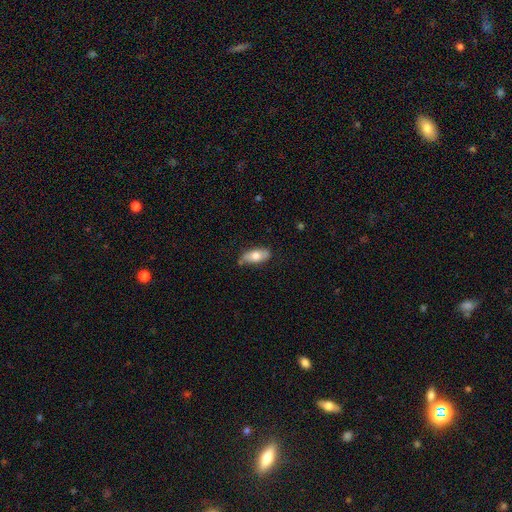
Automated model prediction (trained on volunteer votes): smooth_or_featured: smooth (p=0.71) [alt: featured or disk p=0.23]
how_rounded: in between (p=0.84) [alt: cigar-shaped p=0.13]
merging: none (p=0.72) [alt: minor disturbance p=0.22]